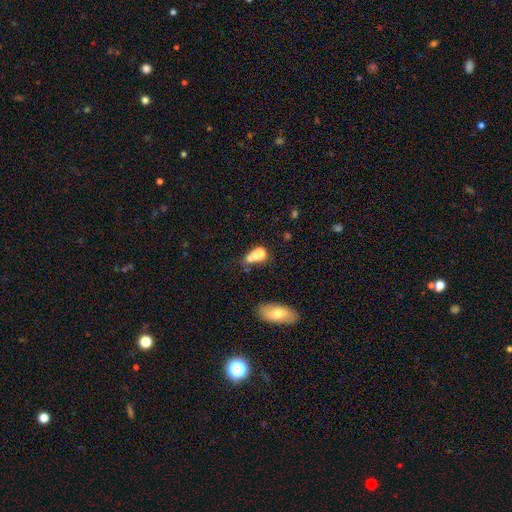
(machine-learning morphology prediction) smooth-or-featured: smooth: 71% | featured or disk: 16% | star or artifact: 13%
  how-rounded: in between: 53% | round: 43% | cigar-shaped: 4%
  merging: merger: 46% | none: 28% | minor disturbance: 14% | major disturbance: 12%